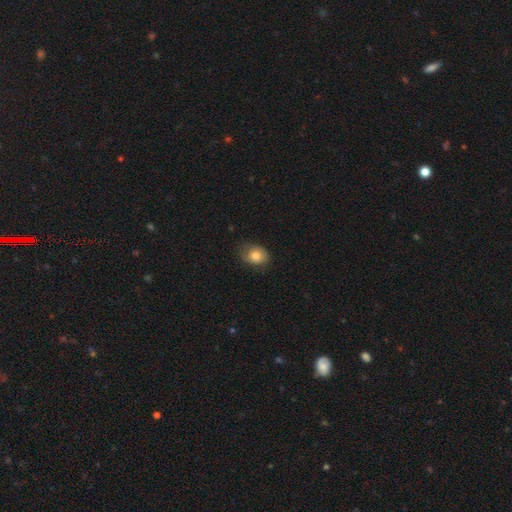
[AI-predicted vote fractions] The model was most divided on "how rounded": in between: 58%, round: 41%, cigar-shaped: 1%. More confident: smooth or featured — smooth (79%); merging — none (70%).